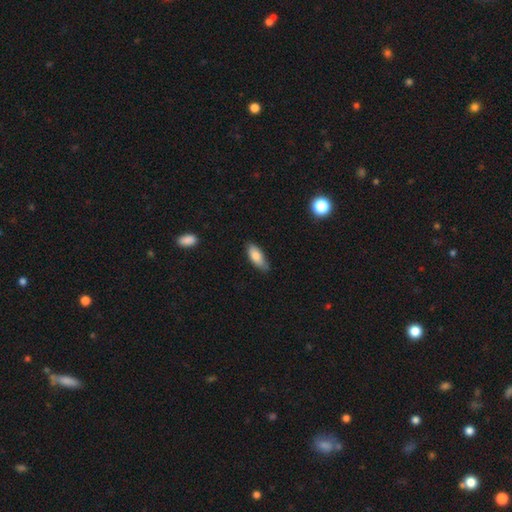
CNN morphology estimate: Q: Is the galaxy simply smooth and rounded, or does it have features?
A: smooth — 80%.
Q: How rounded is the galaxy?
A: in between — 79%.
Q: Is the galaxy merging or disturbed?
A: none — 71%.